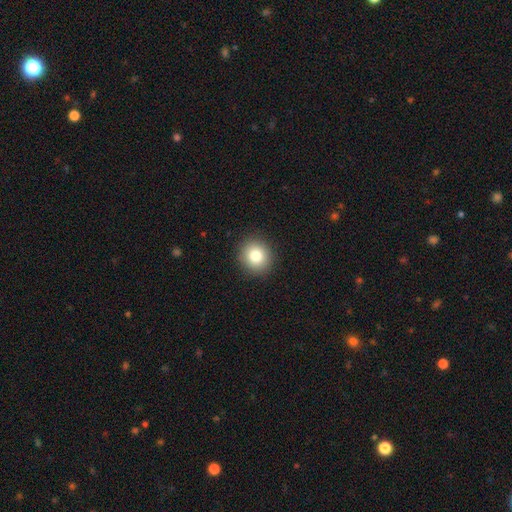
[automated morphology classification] type=smooth (81%); roundness=round (88%); merging=none (91%).